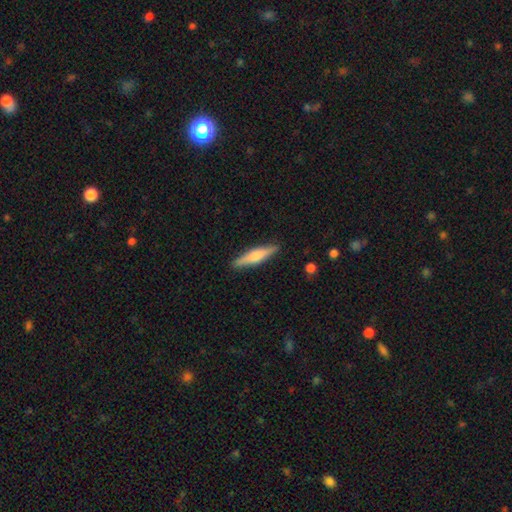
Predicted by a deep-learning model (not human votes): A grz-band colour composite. It shows a smooth galaxy with no disk features (47%, tied with featured or disk). Merging: none (91%).